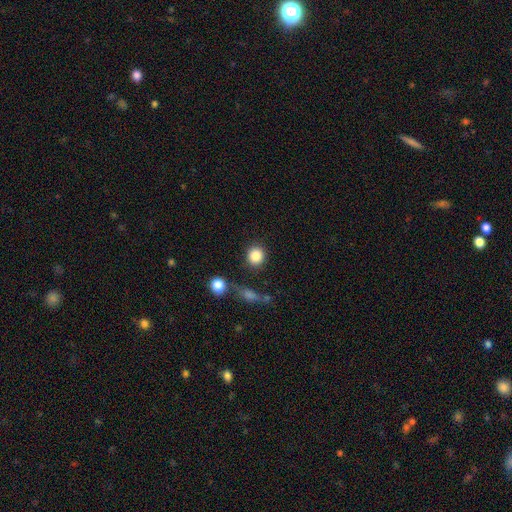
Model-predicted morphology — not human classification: Q: Smooth or featured?
A: smooth (86%); runner-up: star or artifact (9%)
Q: How rounded?
A: round (87%); runner-up: in between (12%)
Q: Merging?
A: none (82%); runner-up: minor disturbance (9%)